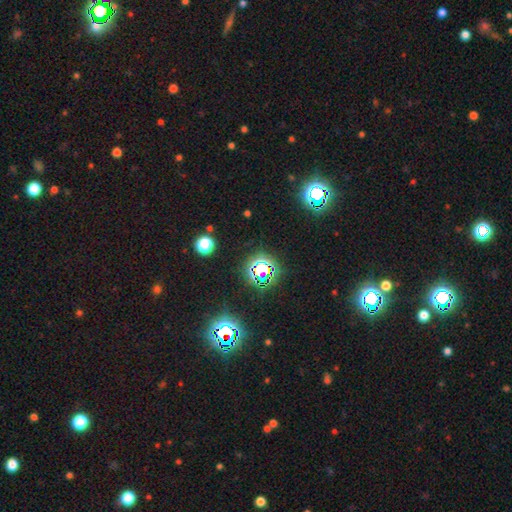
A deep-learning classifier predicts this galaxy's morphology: This appears to be a star or artifact, not a galaxy (79%).